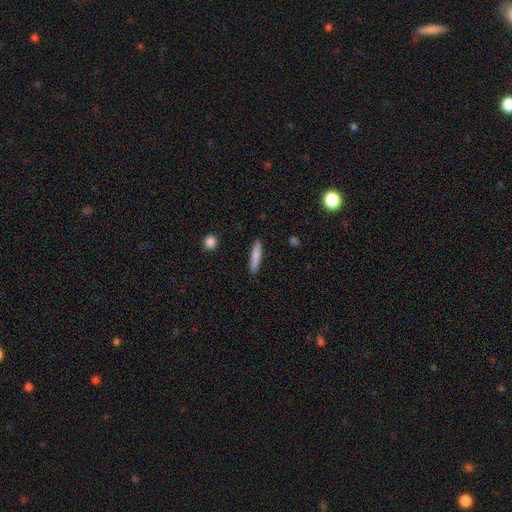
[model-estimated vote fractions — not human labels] A smooth galaxy with no disk features (78%) that is cigar-shaped (89%).

Vote fractions:
- Smooth or featured? smooth: 78% / featured or disk: 16% / star or artifact: 6%
- How rounded? cigar-shaped: 89% / in between: 9% / round: 1%
- Merging? none: 89% / minor disturbance: 8% / major disturbance: 2% / merger: 1%